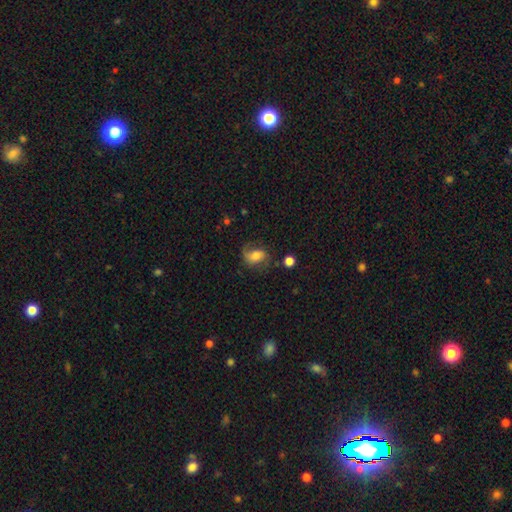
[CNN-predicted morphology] Smooth or featured?
  - smooth: 46% *
  - featured or disk: 45%
  - star or artifact: 10%
Merging?
  - none: 58% *
  - minor disturbance: 23%
  - major disturbance: 16%
  - merger: 3%